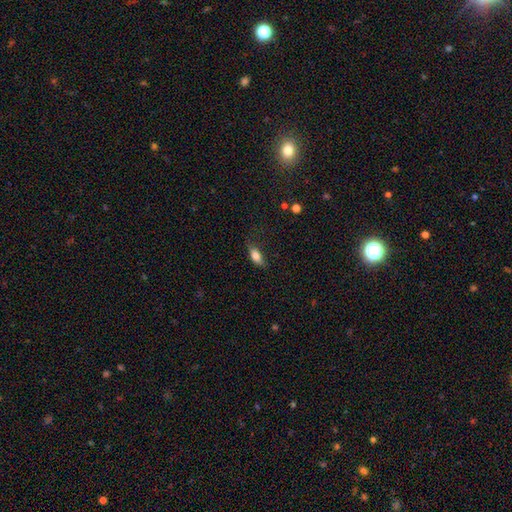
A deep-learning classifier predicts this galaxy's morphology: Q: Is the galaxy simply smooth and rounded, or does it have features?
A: smooth — 81%.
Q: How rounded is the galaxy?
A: in between — 81%.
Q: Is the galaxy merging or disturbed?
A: none — 70%.